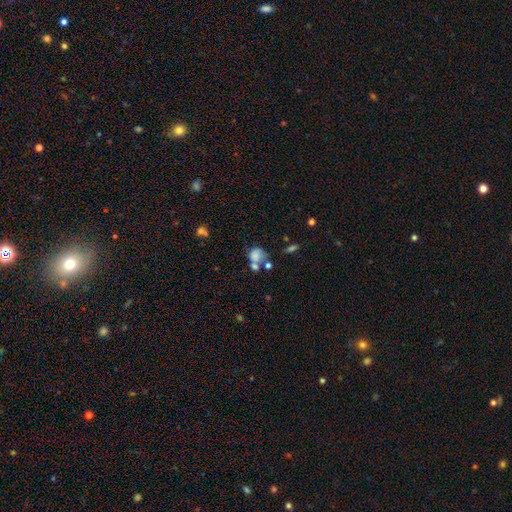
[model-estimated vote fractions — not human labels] Smooth or featured: smooth — 74% (featured or disk — 14%)
How rounded: round — 69% (in between — 30%)
Merging: none — 35% (tied with merger — 35%)